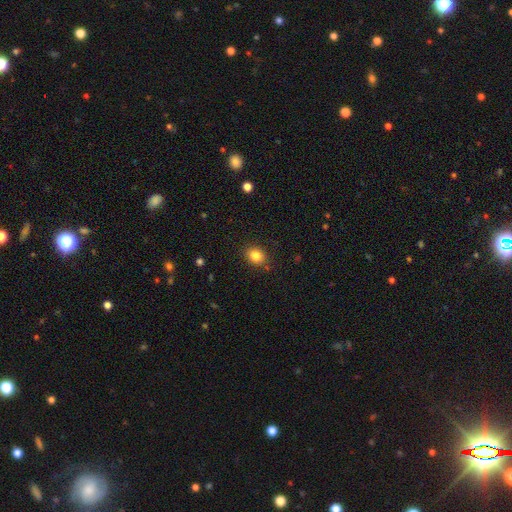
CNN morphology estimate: smooth-or-featured: smooth: 83% | star or artifact: 11% | featured or disk: 6%
  how-rounded: round: 53% | in between: 46% | cigar-shaped: 1%
  merging: none: 86% | minor disturbance: 10% | major disturbance: 3% | merger: 2%